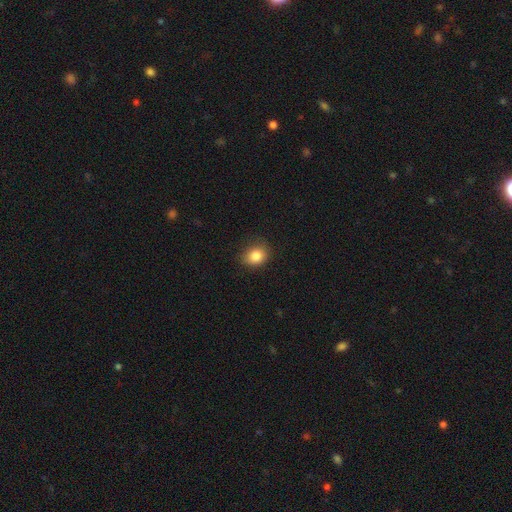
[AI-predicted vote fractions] This is clearly a smooth galaxy (84%). How rounded: possibly round (59%). Merging: likely none (78%).